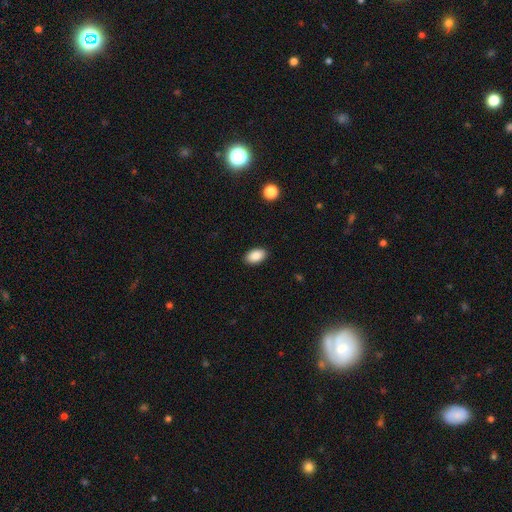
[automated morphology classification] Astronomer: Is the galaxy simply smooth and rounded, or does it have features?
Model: smooth — 89%.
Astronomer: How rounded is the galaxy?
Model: in between — 92%.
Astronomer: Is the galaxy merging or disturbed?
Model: none — 89%.